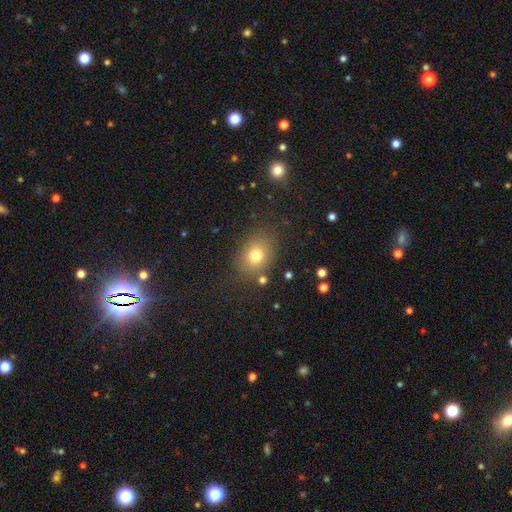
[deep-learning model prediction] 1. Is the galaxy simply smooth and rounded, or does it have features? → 76% smooth, 14% star or artifact, 10% featured or disk.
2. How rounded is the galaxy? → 54% in between, 45% round, 1% cigar-shaped.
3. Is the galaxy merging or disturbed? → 80% none, 12% minor disturbance, 5% major disturbance, 4% merger.